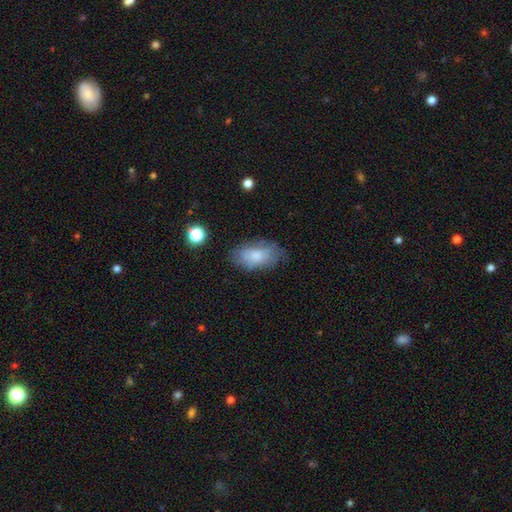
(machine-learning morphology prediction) smooth-or-featured: smooth: 70% | featured or disk: 22% | star or artifact: 8%
  how-rounded: in between: 92% | round: 5% | cigar-shaped: 3%
  merging: none: 64% | minor disturbance: 25% | major disturbance: 9% | merger: 2%